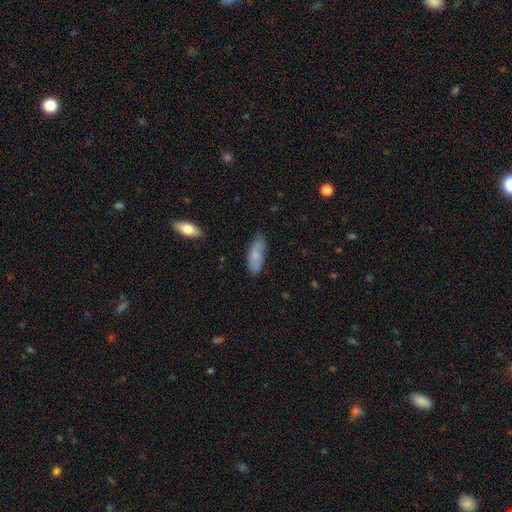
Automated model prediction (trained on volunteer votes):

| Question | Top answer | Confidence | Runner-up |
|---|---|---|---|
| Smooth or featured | smooth | 75% | featured or disk (19%) |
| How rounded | in between | 68% | cigar-shaped (30%) |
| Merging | none | 74% | minor disturbance (21%) |